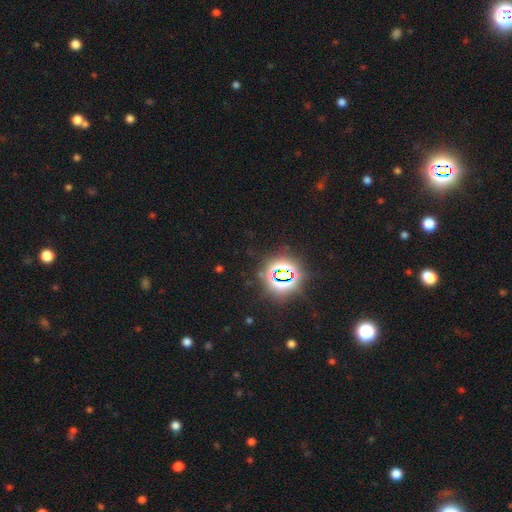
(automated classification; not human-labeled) Smooth or featured? star or artifact (81%)